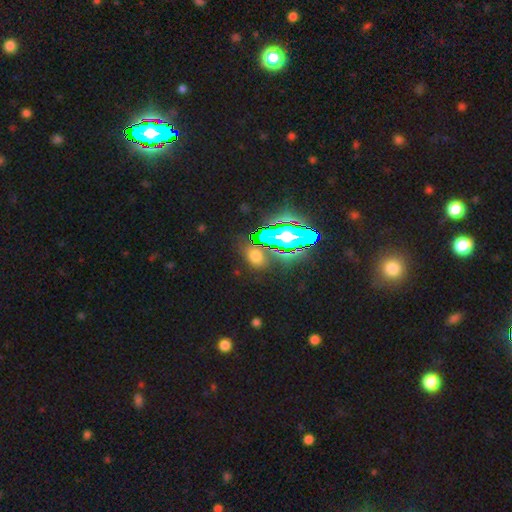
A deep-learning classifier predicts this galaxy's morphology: Overall: smooth (45%; star or artifact 43%). Merging: none (77%).